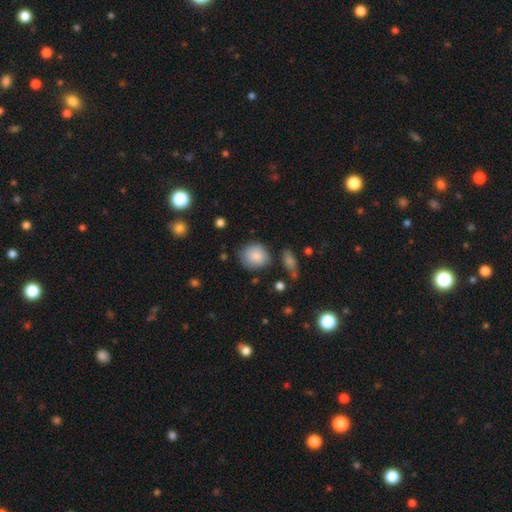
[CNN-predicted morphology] The model was most divided on "how rounded": round: 72%, in between: 27%, cigar-shaped: 1%. More confident: smooth or featured — smooth (84%); merging — none (73%).